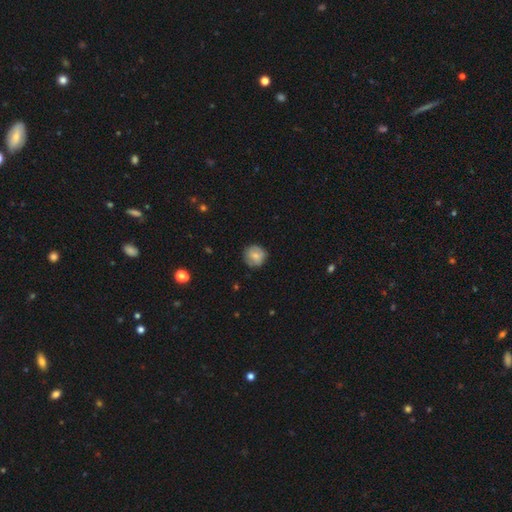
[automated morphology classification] This is likely a smooth galaxy (71%). How rounded: clearly round (90%). Merging: likely none (78%).